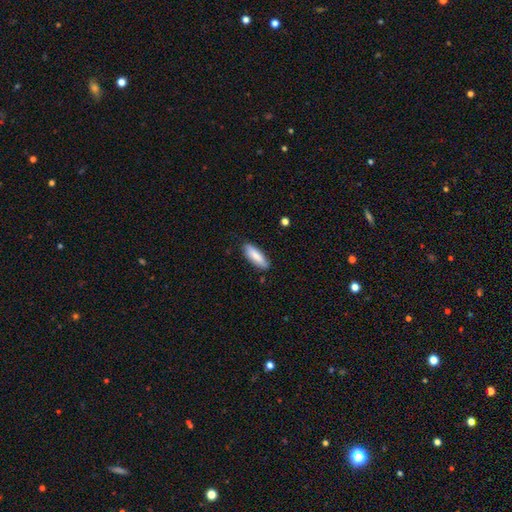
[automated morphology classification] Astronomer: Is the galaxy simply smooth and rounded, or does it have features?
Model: smooth — 84%.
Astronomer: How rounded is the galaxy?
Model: in between — 53% (runner-up: cigar-shaped, 45%).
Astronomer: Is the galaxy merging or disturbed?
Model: none — 85%.